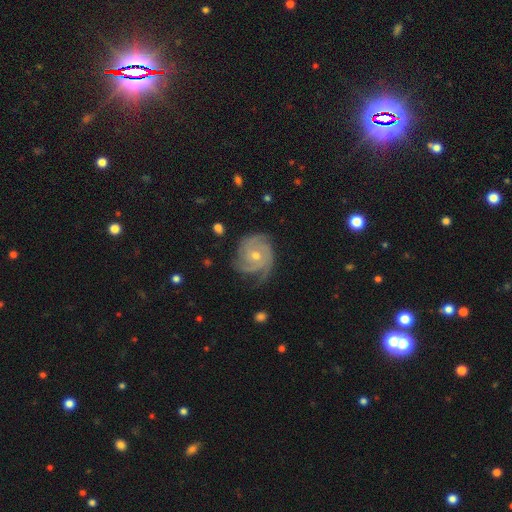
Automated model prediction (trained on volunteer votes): Smooth or featured: featured or disk — 88% (smooth — 6%)
Edge-on disk: no — 98% (yes — 2%)
Bar: no — 77% (weak — 18%)
Spiral arms: yes — 98% (no — 2%)
Spiral winding: tight — 68% (medium — 27%)
Spiral arm count: 3 — 50% (4 — 14%)
Bulge size: moderate — 49% (small — 48%)
Merging: none — 72% (minor disturbance — 20%)